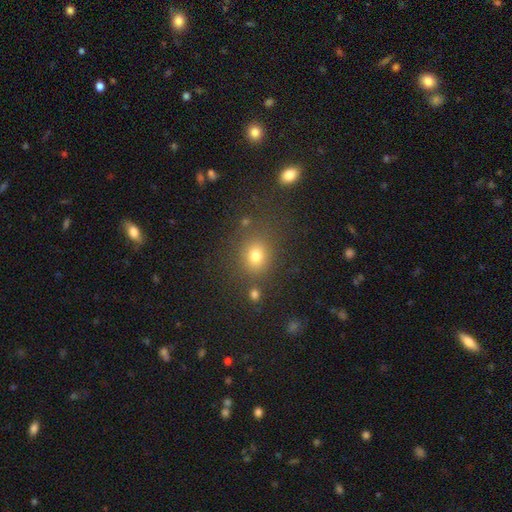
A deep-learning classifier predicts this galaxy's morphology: Smooth or featured? Predicted: smooth (p=0.76). How rounded? Predicted: round (p=0.70). Merging? Predicted: none (p=0.75).